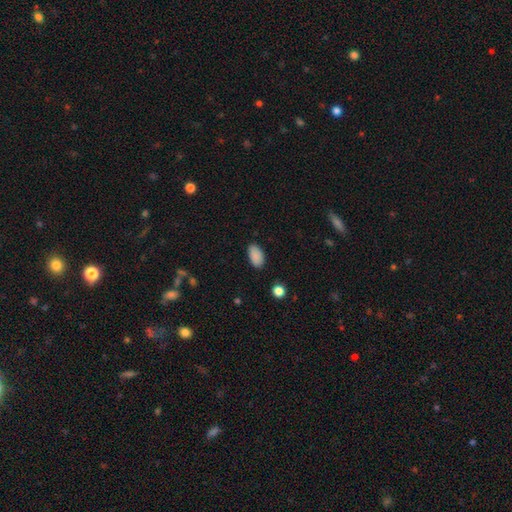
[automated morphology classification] Q: Smooth or featured?
A: smooth (89%); runner-up: star or artifact (8%)
Q: How rounded?
A: in between (94%); runner-up: round (4%)
Q: Merging?
A: none (86%); runner-up: minor disturbance (11%)